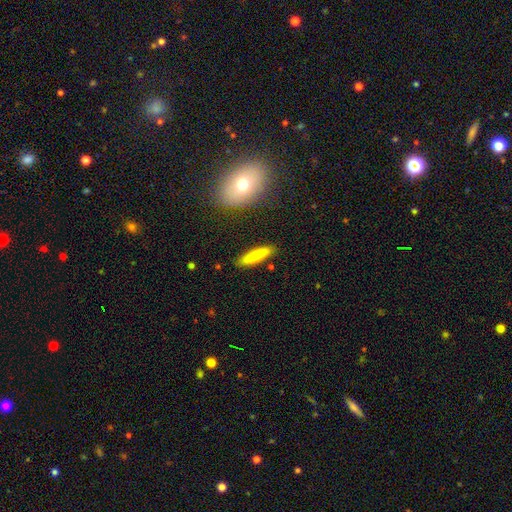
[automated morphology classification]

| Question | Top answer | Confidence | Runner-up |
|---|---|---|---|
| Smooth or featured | smooth | 75% | featured or disk (18%) |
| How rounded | cigar-shaped | 84% | in between (14%) |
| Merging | none | 87% | minor disturbance (8%) |